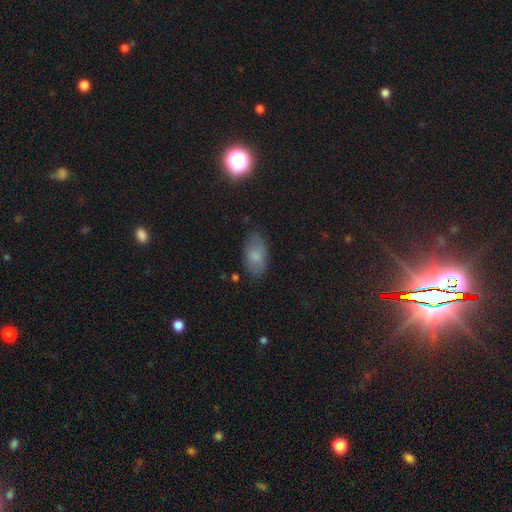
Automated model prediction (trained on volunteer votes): smooth 74%, featured or disk 15%, star or artifact 10%. Down the decision tree: how rounded — in between (93%); merging — none (78%).